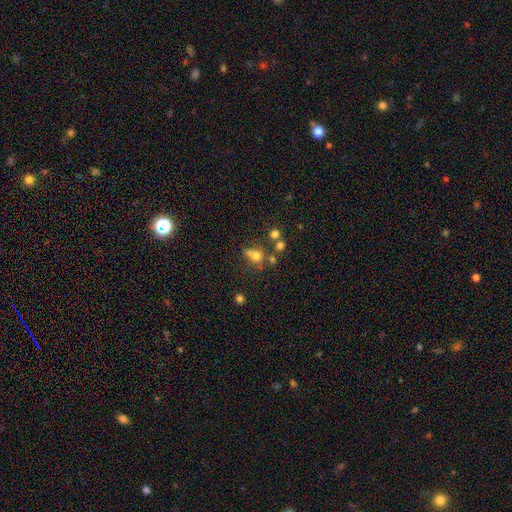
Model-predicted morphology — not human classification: Q: Smooth or featured?
A: smooth (67%); runner-up: star or artifact (19%)
Q: How rounded?
A: round (80%); runner-up: in between (19%)
Q: Merging?
A: none (47%); runner-up: merger (34%)